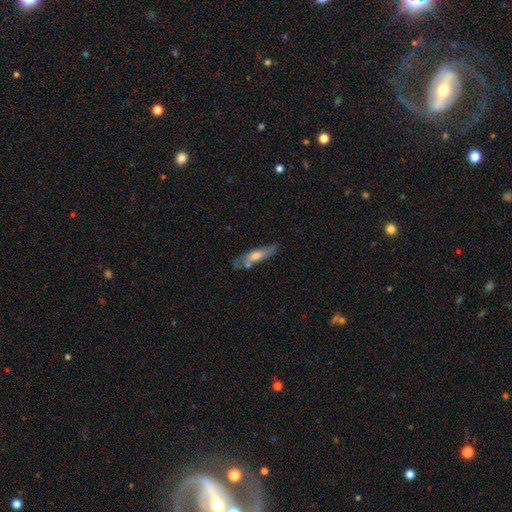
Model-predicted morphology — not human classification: smooth 50%, featured or disk 43%, star or artifact 7%. Down the decision tree: merging — none (62%).